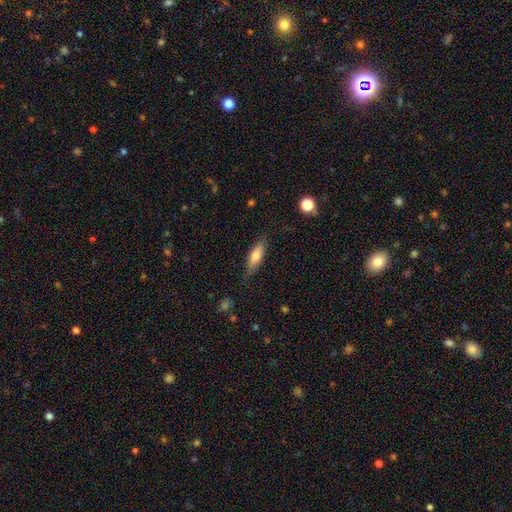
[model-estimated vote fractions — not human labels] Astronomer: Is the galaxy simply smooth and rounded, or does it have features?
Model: smooth — 69%.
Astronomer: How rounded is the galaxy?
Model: cigar-shaped — 49%, tied with in between at 49%.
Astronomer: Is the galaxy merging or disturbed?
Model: none — 76%.